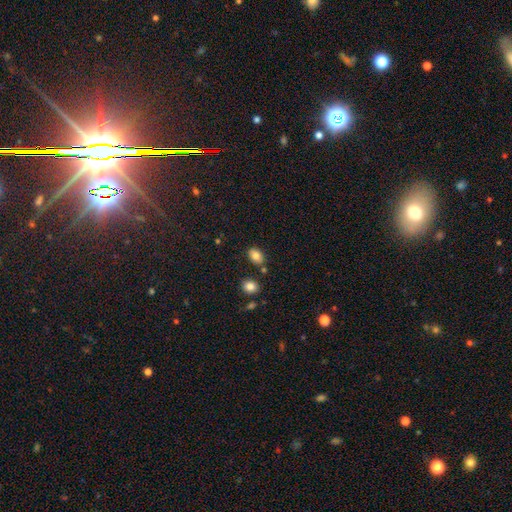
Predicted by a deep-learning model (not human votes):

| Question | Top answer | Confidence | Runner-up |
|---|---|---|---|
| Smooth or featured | smooth | 82% | star or artifact (9%) |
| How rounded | in between | 72% | round (27%) |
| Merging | none | 78% | minor disturbance (12%) |